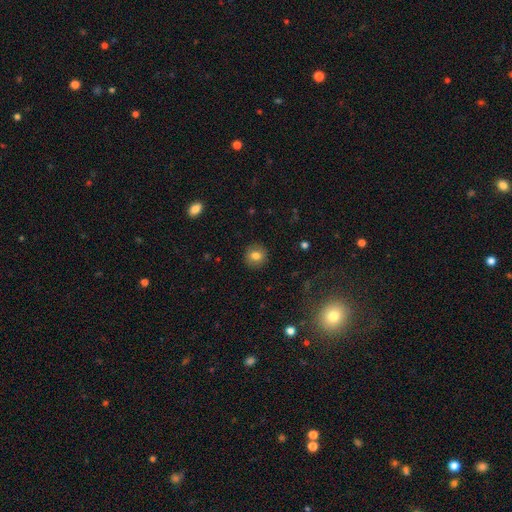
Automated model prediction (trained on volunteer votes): Q: Smooth or featured?
A: smooth (79%); runner-up: featured or disk (12%)
Q: How rounded?
A: round (90%); runner-up: in between (9%)
Q: Merging?
A: none (90%); runner-up: minor disturbance (7%)